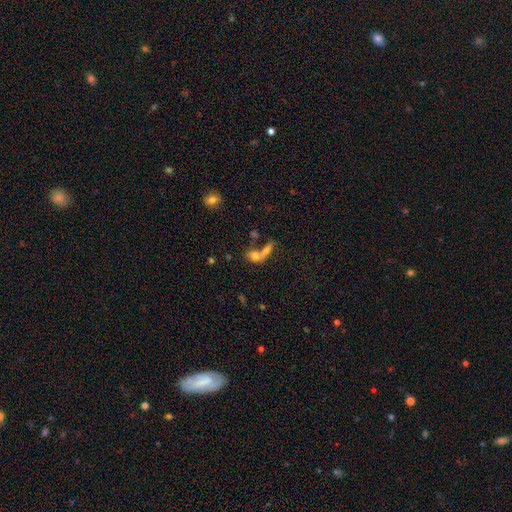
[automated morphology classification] smooth 68%, featured or disk 20%, star or artifact 12%. Down the decision tree: how rounded — in between (68%); merging — merger (59%).